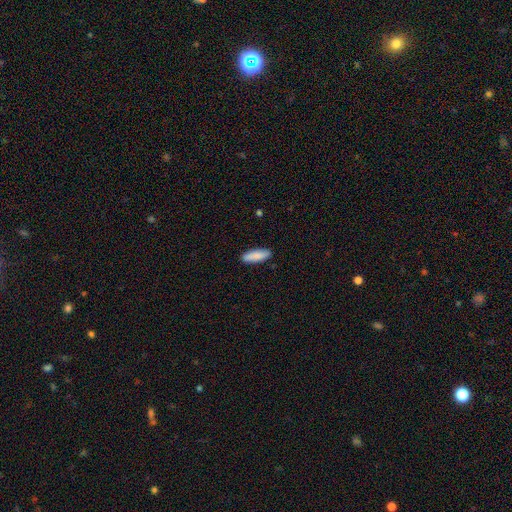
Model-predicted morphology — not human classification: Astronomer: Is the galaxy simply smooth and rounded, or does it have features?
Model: smooth — 87%.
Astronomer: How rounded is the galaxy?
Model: in between — 50% (runner-up: cigar-shaped, 49%).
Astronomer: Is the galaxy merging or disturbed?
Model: none — 89%.